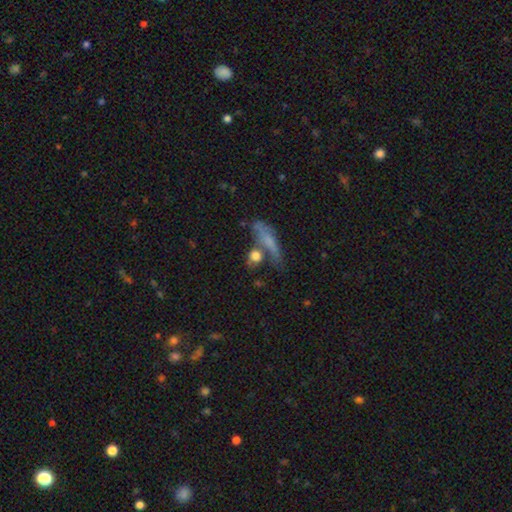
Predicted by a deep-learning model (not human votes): A smooth galaxy with no disk features (75%) that is round (54%). Merging: none (48%).